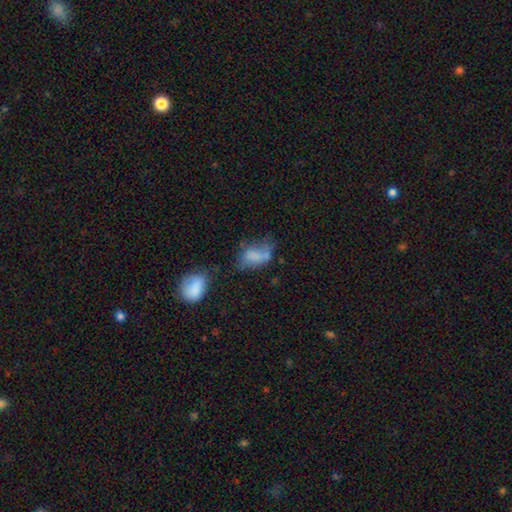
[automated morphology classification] A smooth galaxy with no disk features (63%) that is in between round and cigar-shaped (86%). Merging: none (29%).